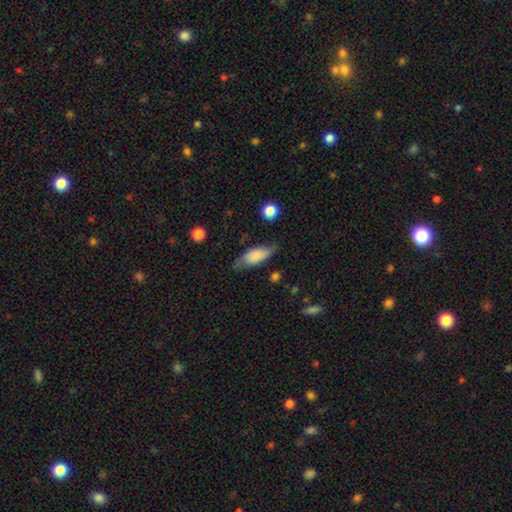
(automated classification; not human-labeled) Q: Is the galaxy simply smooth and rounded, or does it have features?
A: smooth — 70%.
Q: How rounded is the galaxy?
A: in between — 76%.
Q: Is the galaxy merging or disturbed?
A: none — 64%.